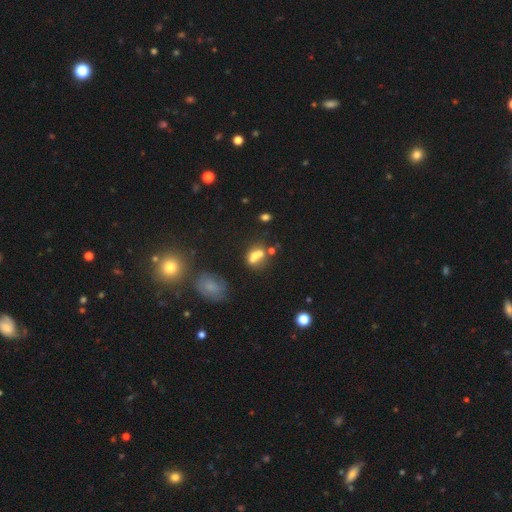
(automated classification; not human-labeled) smooth 57%, featured or disk 26%, star or artifact 18%. Down the decision tree: how rounded — in between (51%); merging — merger (53%).